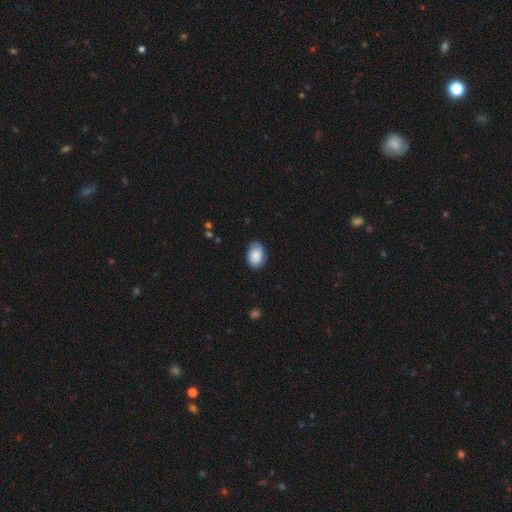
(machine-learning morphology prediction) Smooth or featured?
  - smooth: 78% *
  - featured or disk: 15%
  - star or artifact: 7%
How rounded?
  - in between: 85% *
  - round: 14%
  - cigar-shaped: 1%
Merging?
  - none: 68% *
  - minor disturbance: 25%
  - major disturbance: 6%
  - merger: 1%